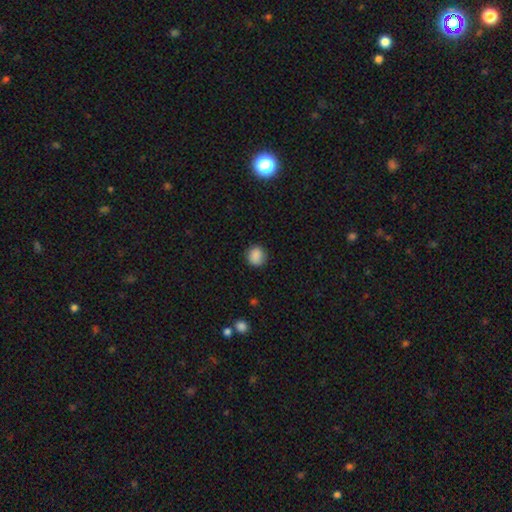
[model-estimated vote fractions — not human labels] Overall: smooth (87%). How rounded: round (83%). Merging: none (86%).